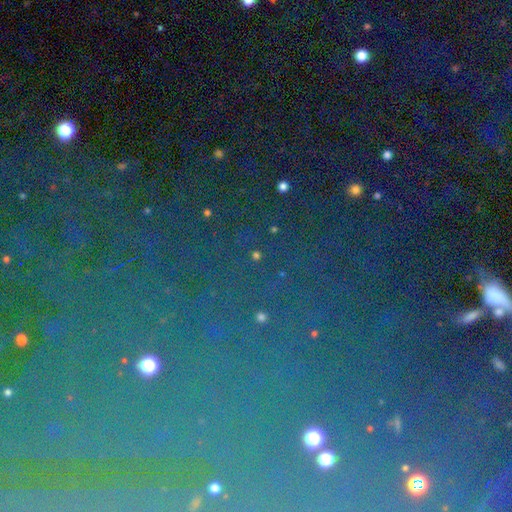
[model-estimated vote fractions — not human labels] A star or artifact, not a galaxy (77%).

Vote fractions:
- Smooth or featured? star or artifact: 77% / smooth: 13% / featured or disk: 10%